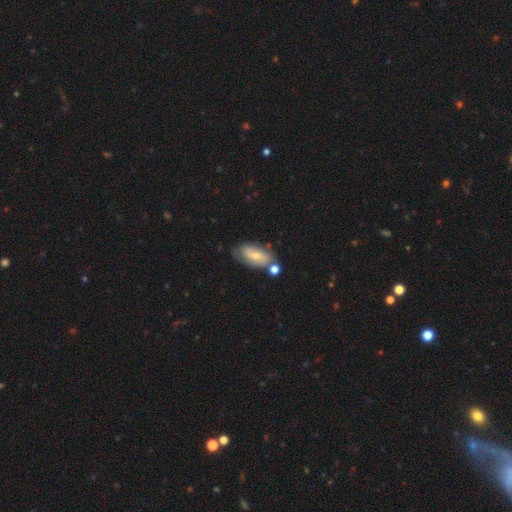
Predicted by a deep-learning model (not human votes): smooth_or_featured: smooth (p=0.55) [alt: featured or disk p=0.38]
how_rounded: in between (p=0.89) [alt: cigar-shaped p=0.07]
merging: none (p=0.57) [alt: minor disturbance p=0.21]